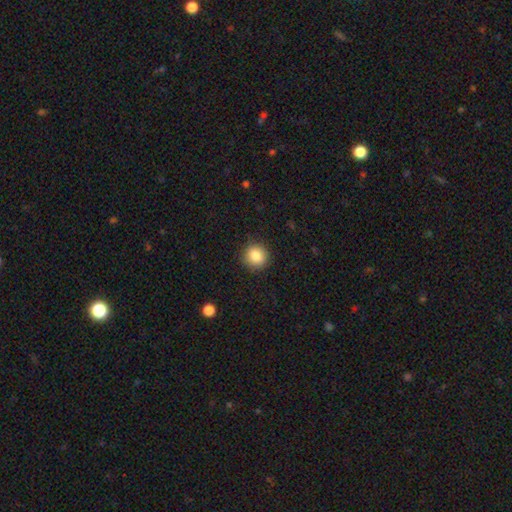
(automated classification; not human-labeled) Smooth or featured? Predicted: smooth (p=0.85). How rounded? Predicted: round (p=0.91). Merging? Predicted: none (p=0.90).